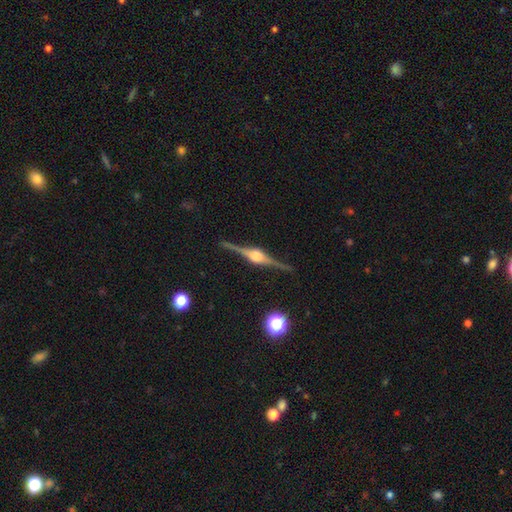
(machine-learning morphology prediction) Smooth or featured: featured or disk — 90% (star or artifact — 5%)
Edge-on disk: yes — 98% (no — 2%)
Edge-on bulge: rounded — 84% (boxy — 14%)
Merging: none — 90% (minor disturbance — 7%)